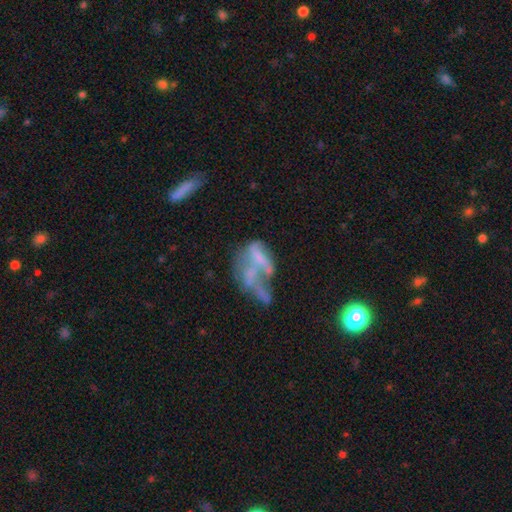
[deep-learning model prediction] Smooth or featured?
  - featured or disk: 57% *
  - smooth: 28%
  - star or artifact: 15%
Edge-on disk?
  - no: 95% *
  - yes: 5%
Bar?
  - no: 80% *
  - weak: 12%
  - strong: 7%
Spiral arms?
  - no: 86% *
  - yes: 14%
Bulge size?
  - none: 69% *
  - small: 16%
  - moderate: 11%
  - large: 3%
  - dominant: 1%
Merging?
  - major disturbance: 40% *
  - merger: 27%
  - none: 19%
  - minor disturbance: 13%